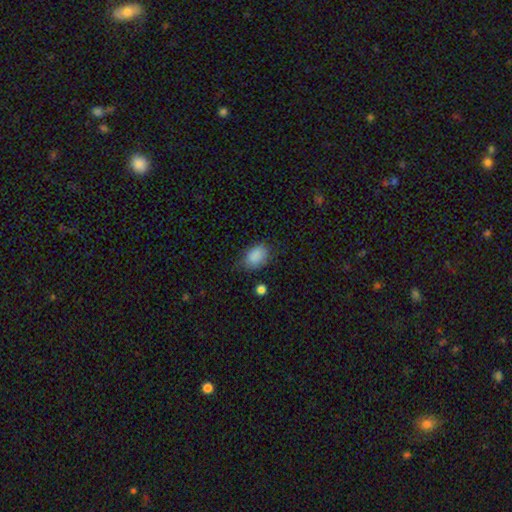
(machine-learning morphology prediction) Q: Smooth or featured?
A: smooth (87%); runner-up: star or artifact (9%)
Q: How rounded?
A: in between (82%); runner-up: round (17%)
Q: Merging?
A: none (65%); runner-up: minor disturbance (26%)